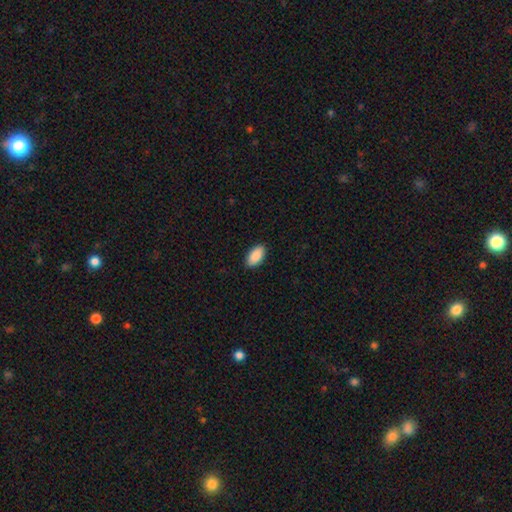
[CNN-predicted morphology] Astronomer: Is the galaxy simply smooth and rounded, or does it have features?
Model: smooth — 90%.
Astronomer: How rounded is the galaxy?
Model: in between — 95%.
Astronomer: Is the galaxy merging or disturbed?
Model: none — 89%.